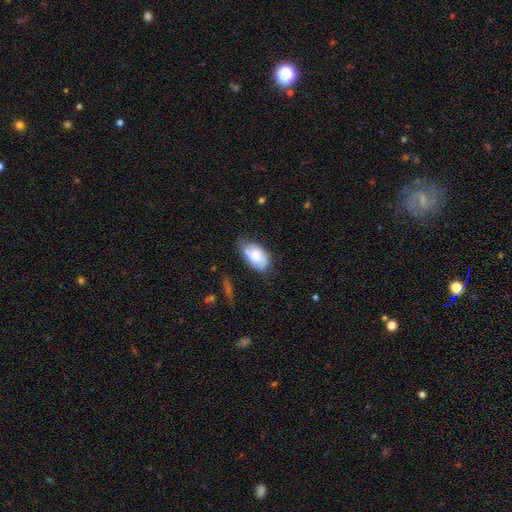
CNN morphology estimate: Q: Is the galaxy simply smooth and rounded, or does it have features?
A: smooth — 68%.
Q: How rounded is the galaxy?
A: in between — 93%.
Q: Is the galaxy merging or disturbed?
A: none — 57%.